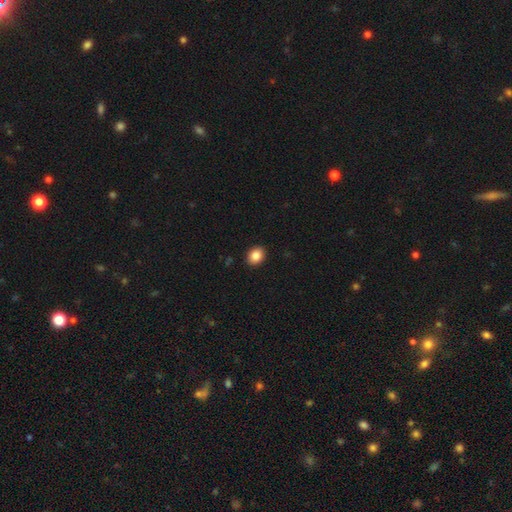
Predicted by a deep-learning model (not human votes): A smooth galaxy with no disk features (87%) that is in between round and cigar-shaped (61%).

Vote fractions:
- Smooth or featured? smooth: 87% / star or artifact: 8% / featured or disk: 5%
- How rounded? in between: 61% / round: 38% / cigar-shaped: 1%
- Merging? none: 91% / minor disturbance: 6% / major disturbance: 2% / merger: 1%